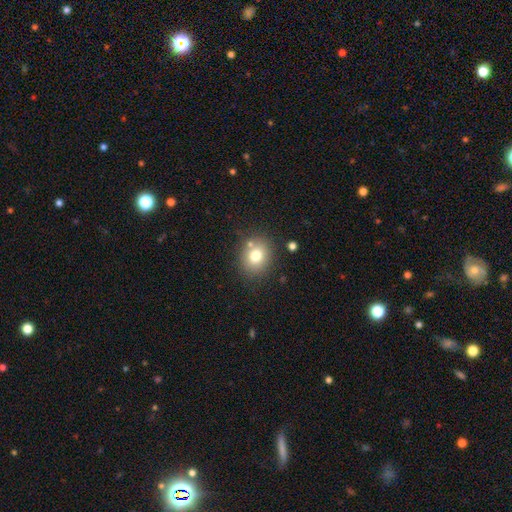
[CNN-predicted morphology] smooth-or-featured: smooth: 75% | star or artifact: 12% | featured or disk: 12%
  how-rounded: round: 68% | in between: 31% | cigar-shaped: 1%
  merging: none: 76% | minor disturbance: 12% | merger: 8% | major disturbance: 4%